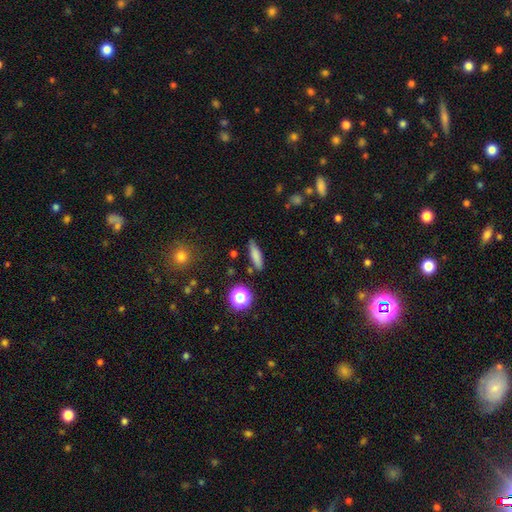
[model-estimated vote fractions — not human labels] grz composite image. It shows a smooth galaxy with no disk features (77%) that is cigar-shaped (60%). Merging: none (82%).